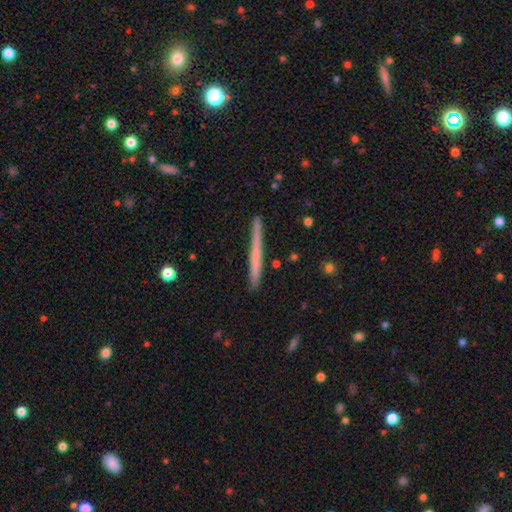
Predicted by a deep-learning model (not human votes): This is possibly a smooth galaxy (54%). How rounded: clearly cigar-shaped (97%). Merging: clearly none (90%).